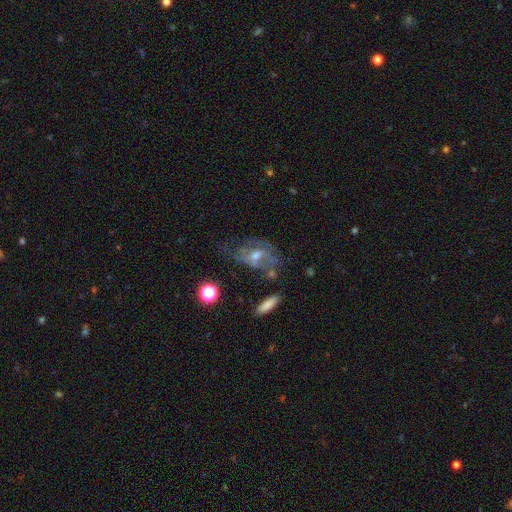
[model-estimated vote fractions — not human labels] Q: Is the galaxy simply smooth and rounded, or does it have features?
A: featured or disk — 66%.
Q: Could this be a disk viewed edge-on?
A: no — 93%.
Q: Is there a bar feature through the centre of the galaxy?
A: no — 61%.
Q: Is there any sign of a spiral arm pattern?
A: yes — 65%.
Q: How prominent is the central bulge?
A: moderate — 57%.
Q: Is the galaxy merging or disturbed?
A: none — 44%.